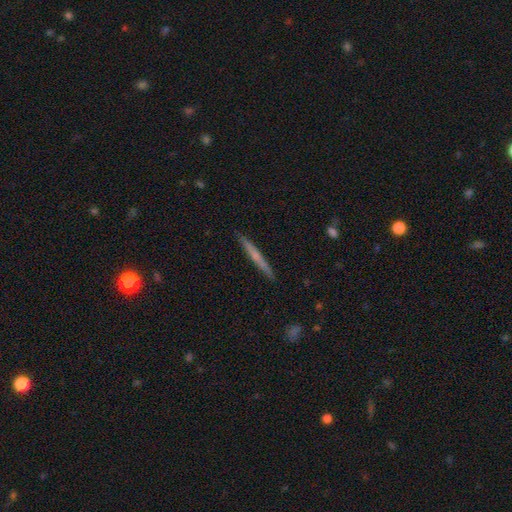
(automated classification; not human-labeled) Q: Smooth or featured?
A: featured or disk (48%); runner-up: smooth (46%)
Q: Merging?
A: none (91%); runner-up: minor disturbance (7%)